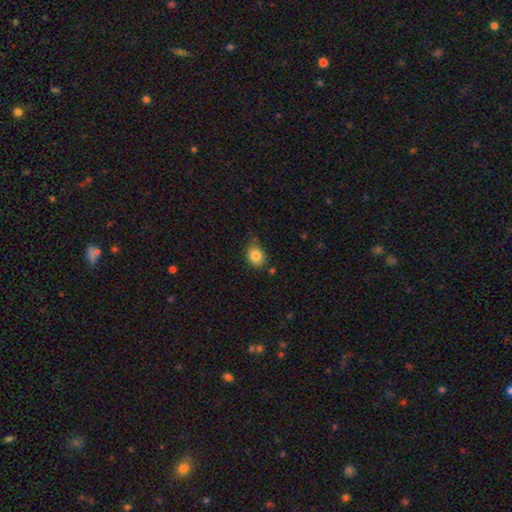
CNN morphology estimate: Smooth or featured?
  - smooth: 84% *
  - star or artifact: 9%
  - featured or disk: 7%
How rounded?
  - in between: 55% *
  - round: 44%
  - cigar-shaped: 1%
Merging?
  - none: 66% *
  - minor disturbance: 26%
  - major disturbance: 4%
  - merger: 3%